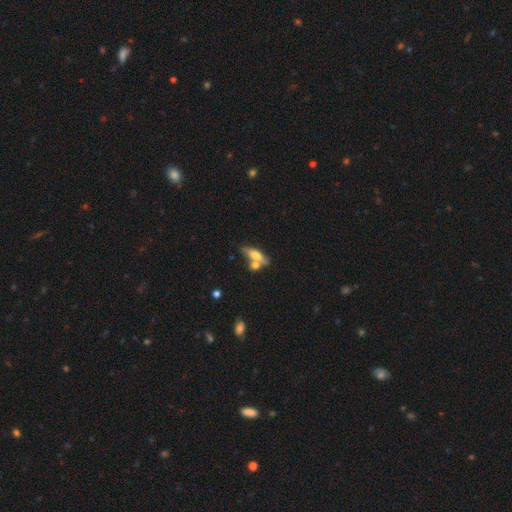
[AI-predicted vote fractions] This is possibly a smooth galaxy (53%). How rounded: possibly cigar-shaped (48%, tied with in between). Merging: possibly none (49%).